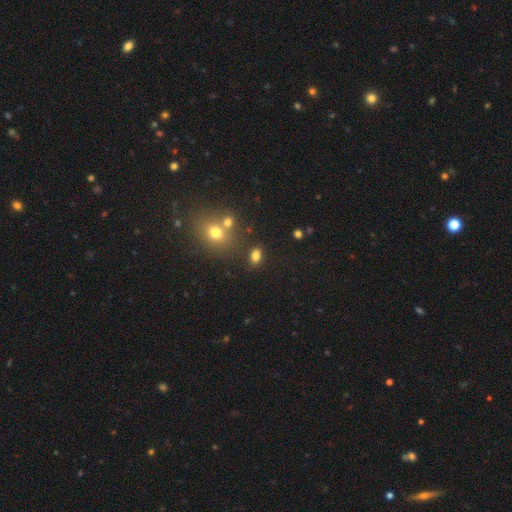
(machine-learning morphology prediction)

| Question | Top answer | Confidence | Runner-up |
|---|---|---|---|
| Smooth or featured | smooth | 80% | star or artifact (13%) |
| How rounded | in between | 81% | round (17%) |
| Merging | none | 78% | minor disturbance (11%) |